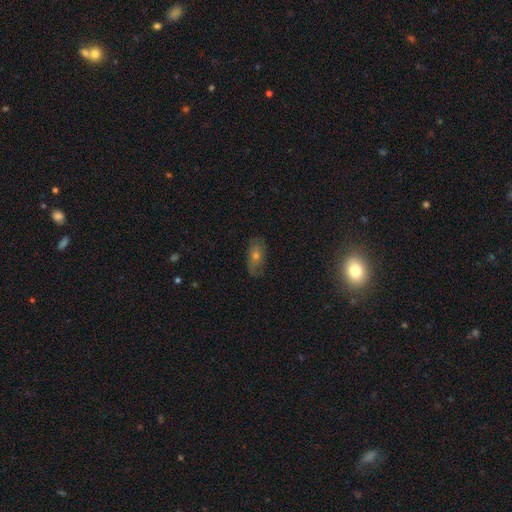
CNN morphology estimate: The model was most divided on "smooth or featured": smooth: 42%, featured or disk: 39%, star or artifact: 19%. More confident: merging — none (75%).